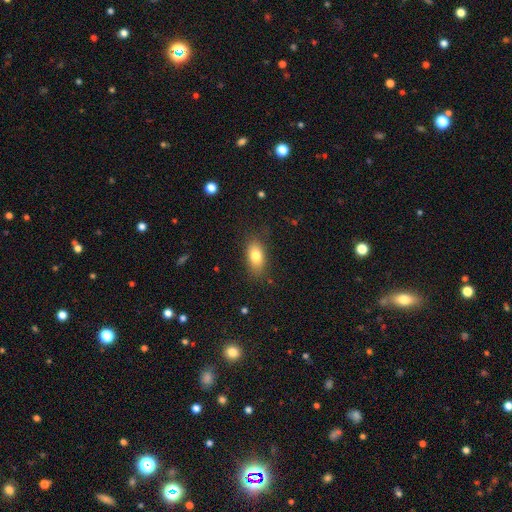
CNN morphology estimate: Smooth or featured?
  - smooth: 80% *
  - featured or disk: 12%
  - star or artifact: 8%
How rounded?
  - in between: 88% *
  - round: 7%
  - cigar-shaped: 5%
Merging?
  - none: 81% *
  - minor disturbance: 14%
  - major disturbance: 4%
  - merger: 1%